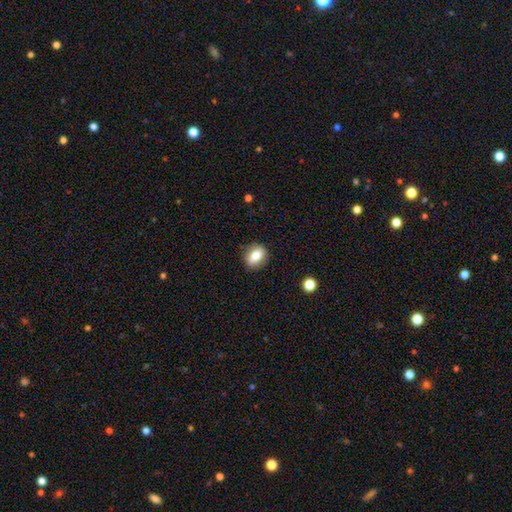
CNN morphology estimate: Smooth or featured: smooth — 74% (featured or disk — 17%)
How rounded: in between — 59% (round — 38%)
Merging: none — 86% (minor disturbance — 11%)